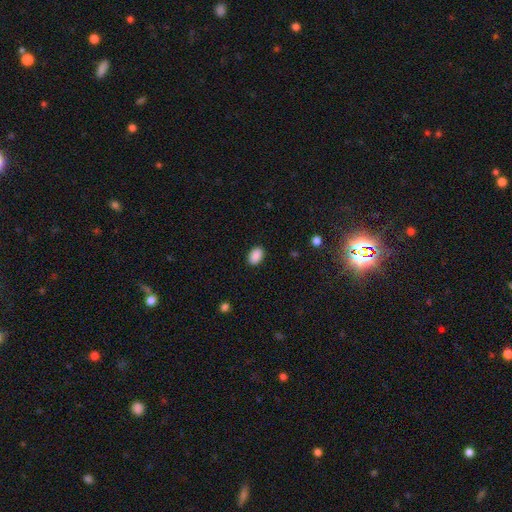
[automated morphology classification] Smooth or featured?
  - smooth: 90% *
  - star or artifact: 8%
  - featured or disk: 3%
How rounded?
  - in between: 83% *
  - round: 15%
  - cigar-shaped: 1%
Merging?
  - none: 89% *
  - minor disturbance: 8%
  - major disturbance: 2%
  - merger: 1%